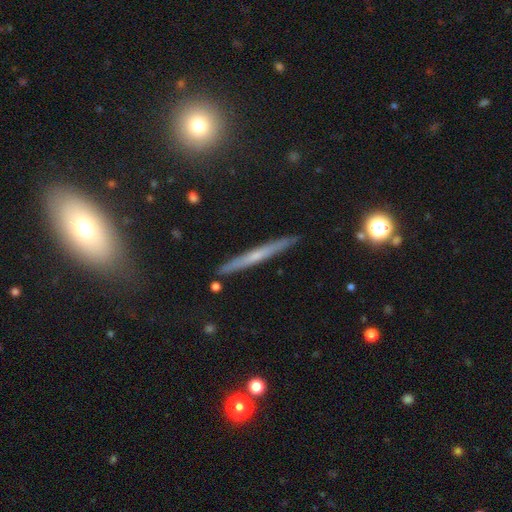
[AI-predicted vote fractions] smooth_or_featured: featured or disk (p=0.55) [alt: smooth p=0.36]
disk_edge_on: yes (p=0.96) [alt: no p=0.04]
edge_on_bulge: none (p=0.61) [alt: rounded p=0.33]
merging: none (p=0.90) [alt: minor disturbance p=0.07]